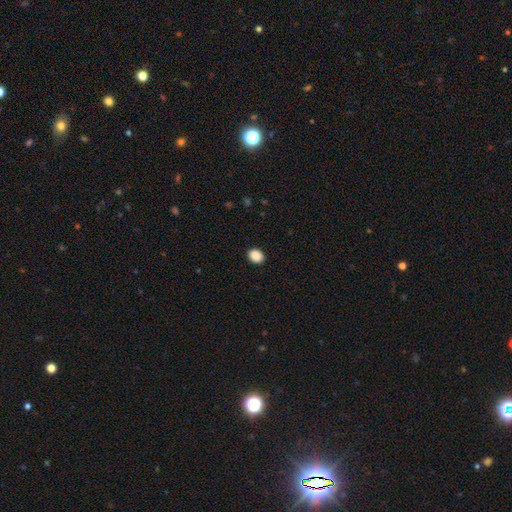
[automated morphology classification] This appears to be a smooth galaxy with no disk features (89%) that is in between round and cigar-shaped (50%). Merging: none (91%).